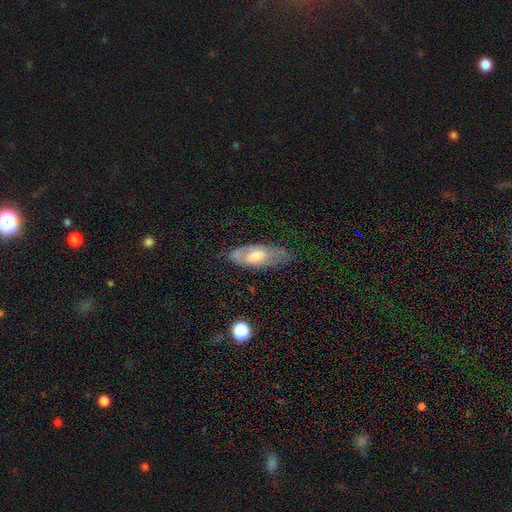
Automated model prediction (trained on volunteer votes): Smooth or featured?
  - featured or disk: 51% *
  - smooth: 42%
  - star or artifact: 7%
Edge-on disk?
  - no: 77% *
  - yes: 23%
Merging?
  - none: 62% *
  - minor disturbance: 26%
  - major disturbance: 9%
  - merger: 2%